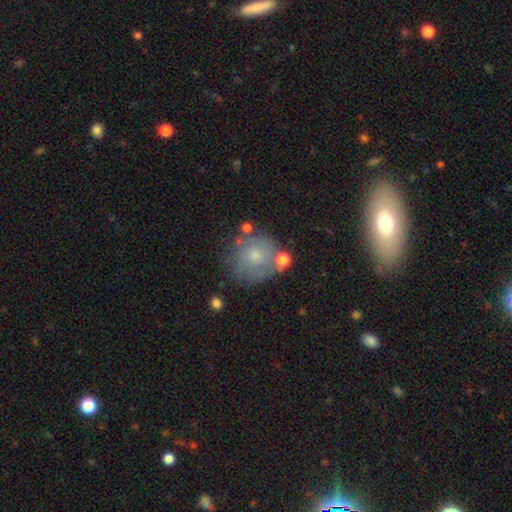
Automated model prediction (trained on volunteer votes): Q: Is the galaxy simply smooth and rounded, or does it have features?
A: smooth — 65%.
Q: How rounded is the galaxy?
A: round — 84%.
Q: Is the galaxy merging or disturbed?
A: none — 59%.